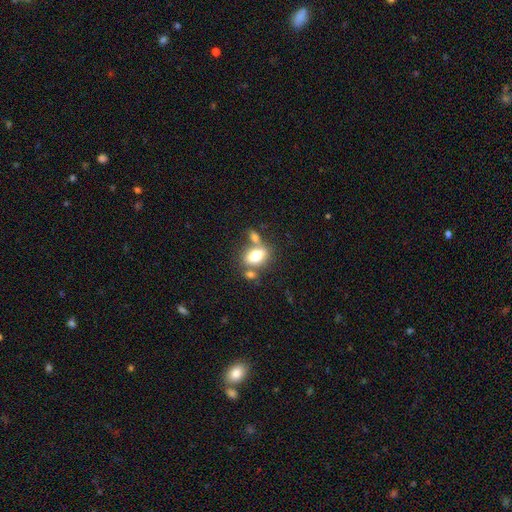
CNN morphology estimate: Smooth or featured?
  - smooth: 71% *
  - featured or disk: 20%
  - star or artifact: 9%
How rounded?
  - in between: 82% *
  - round: 14%
  - cigar-shaped: 4%
Merging?
  - none: 49% *
  - merger: 32%
  - minor disturbance: 13%
  - major disturbance: 6%